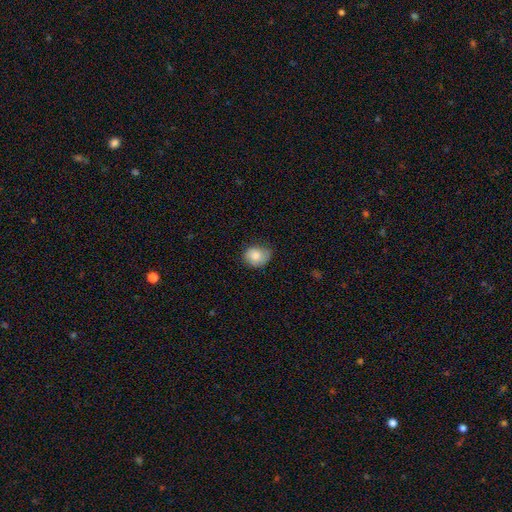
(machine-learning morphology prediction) smooth 81%, featured or disk 12%, star or artifact 8%. Down the decision tree: how rounded — round (56%); merging — none (56%).